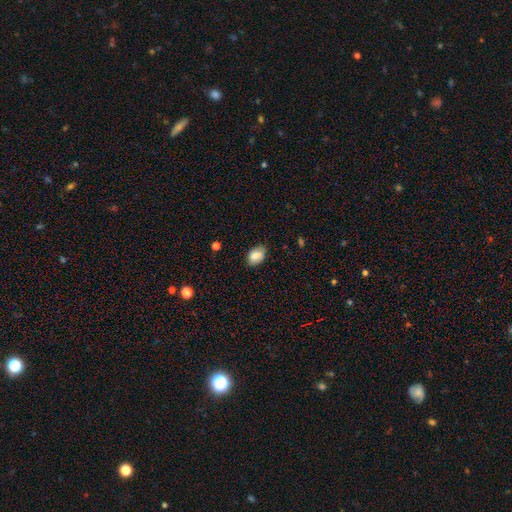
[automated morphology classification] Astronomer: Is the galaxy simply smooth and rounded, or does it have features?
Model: smooth — 80%.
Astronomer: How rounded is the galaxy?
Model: in between — 84%.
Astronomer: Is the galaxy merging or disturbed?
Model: none — 75%.